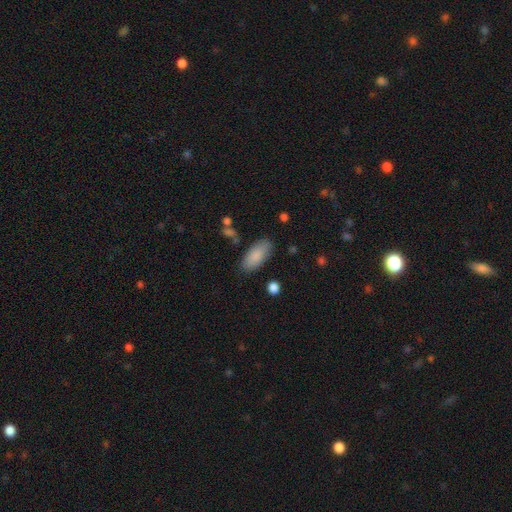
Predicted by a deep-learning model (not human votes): The model was most divided on "merging": none: 83%, minor disturbance: 12%, major disturbance: 3%, merger: 2%. More confident: how rounded — in between (88%); smooth or featured — smooth (87%).